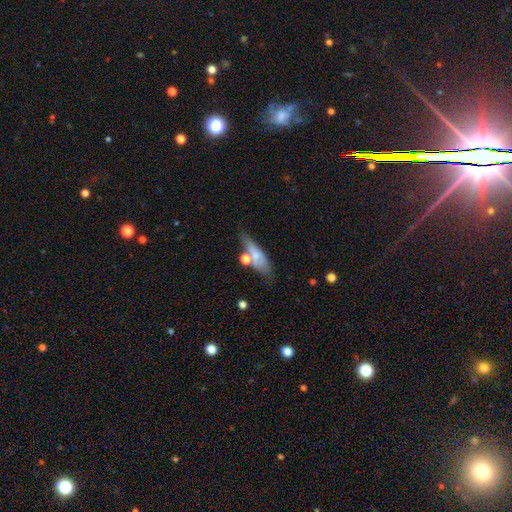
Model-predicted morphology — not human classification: smooth_or_featured: smooth (p=0.64) [alt: featured or disk p=0.28]
how_rounded: in between (p=0.50) [alt: cigar-shaped p=0.44]
merging: none (p=0.53) [alt: minor disturbance p=0.21]